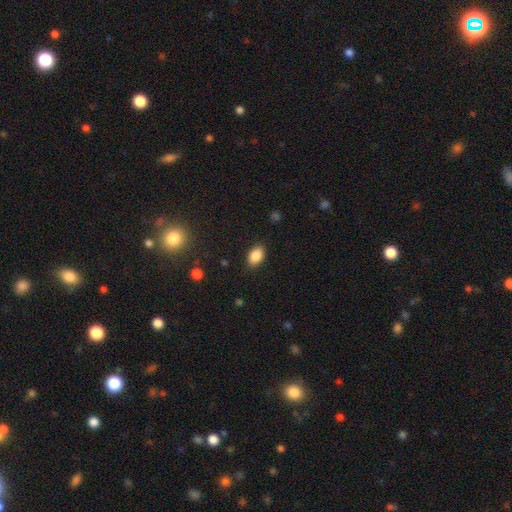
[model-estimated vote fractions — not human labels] Smooth or featured?
  - smooth: 87% *
  - star or artifact: 8%
  - featured or disk: 4%
How rounded?
  - in between: 87% *
  - round: 12%
  - cigar-shaped: 1%
Merging?
  - none: 85% *
  - minor disturbance: 11%
  - major disturbance: 3%
  - merger: 1%